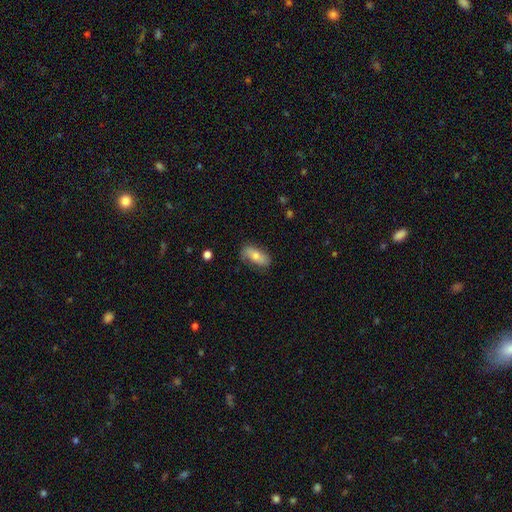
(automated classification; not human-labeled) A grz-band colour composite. It shows a smooth galaxy with no disk features (61%) that is in between round and cigar-shaped (82%). Merging: none (75%).